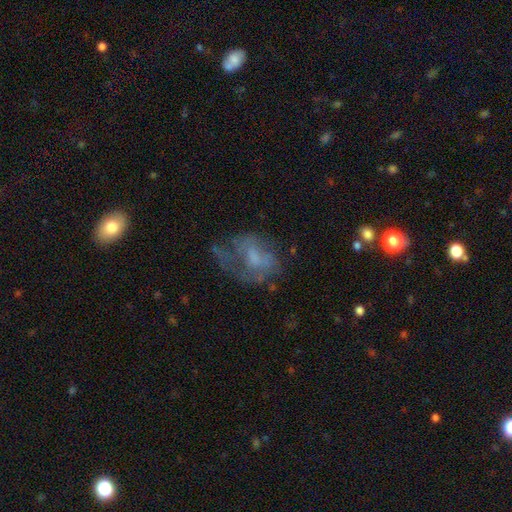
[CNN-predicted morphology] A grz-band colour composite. It shows a featured or disk galaxy (52%) with no bar (70%), no spiral arms (57%) and a small central bulge (35%). Merging: none (42%).